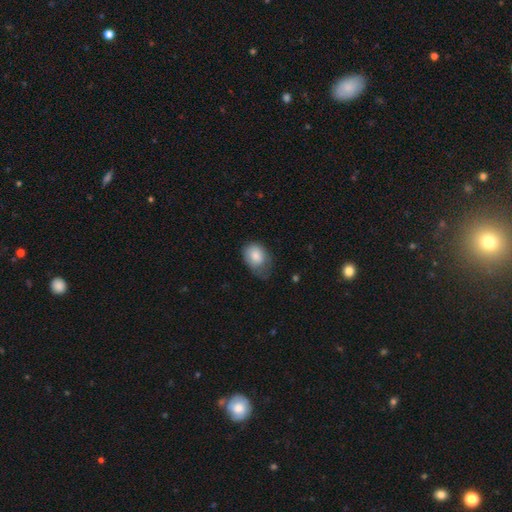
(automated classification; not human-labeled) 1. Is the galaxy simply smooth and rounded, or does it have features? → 82% smooth, 12% featured or disk, 7% star or artifact.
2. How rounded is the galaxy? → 76% in between, 23% round, 1% cigar-shaped.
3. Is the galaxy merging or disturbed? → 42% minor disturbance, 34% none, 23% major disturbance, 2% merger.